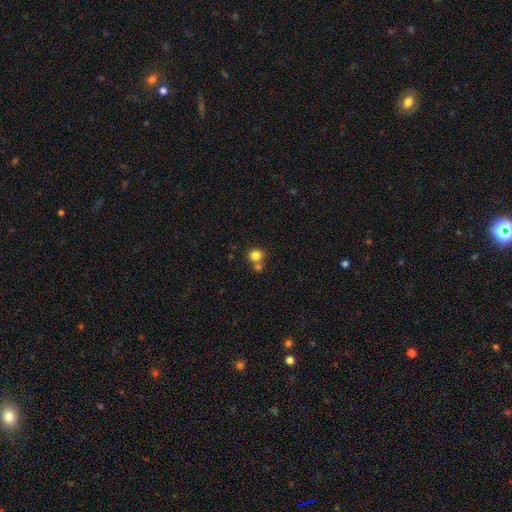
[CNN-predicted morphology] This is clearly a smooth galaxy (82%). How rounded: clearly round (84%). Merging: possibly none (57%).